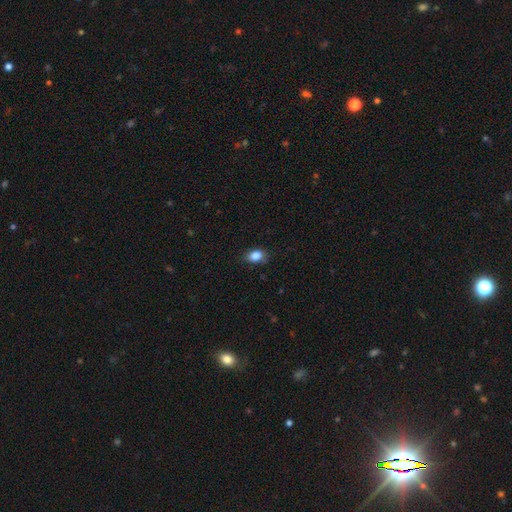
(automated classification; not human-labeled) Smooth or featured: smooth — 86% (star or artifact — 9%)
How rounded: in between — 79% (round — 19%)
Merging: none — 77% (minor disturbance — 18%)